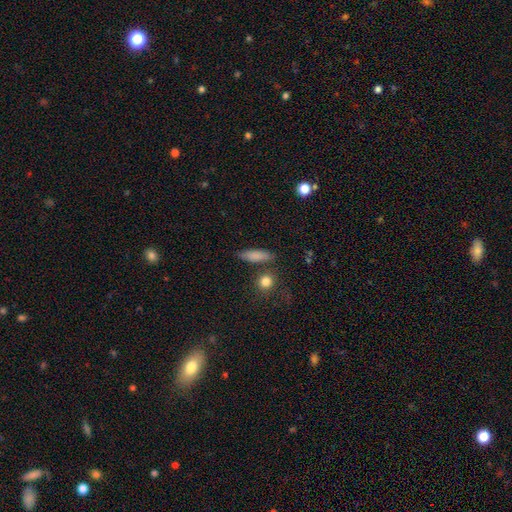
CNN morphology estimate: smooth-or-featured: smooth: 84% | featured or disk: 9% | star or artifact: 7%
  how-rounded: cigar-shaped: 52% | in between: 42% | round: 5%
  merging: none: 79% | minor disturbance: 12% | merger: 6% | major disturbance: 3%